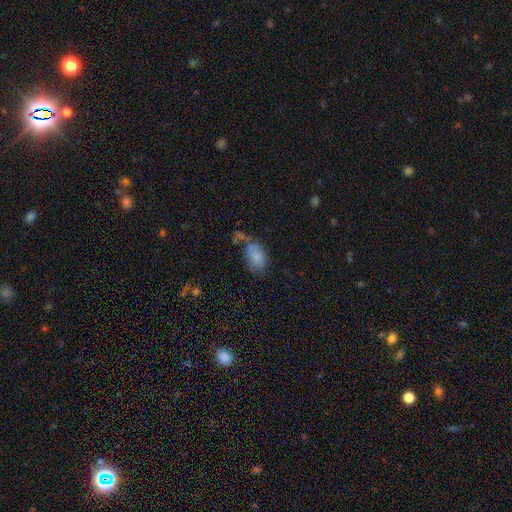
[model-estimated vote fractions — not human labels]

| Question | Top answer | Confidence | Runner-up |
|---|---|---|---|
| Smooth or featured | smooth | 79% | featured or disk (12%) |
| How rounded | in between | 86% | round (12%) |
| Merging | none | 39% | minor disturbance (22%) |